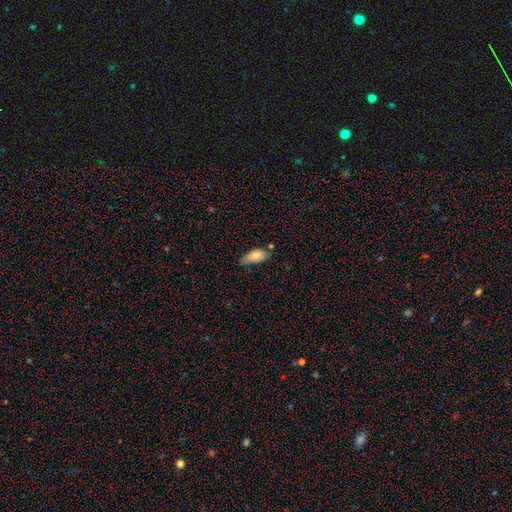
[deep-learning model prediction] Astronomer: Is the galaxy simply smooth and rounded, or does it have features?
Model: smooth — 82%.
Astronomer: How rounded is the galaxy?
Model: in between — 86%.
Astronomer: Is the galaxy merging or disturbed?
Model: minor disturbance — 42%, tied with none at 42%.